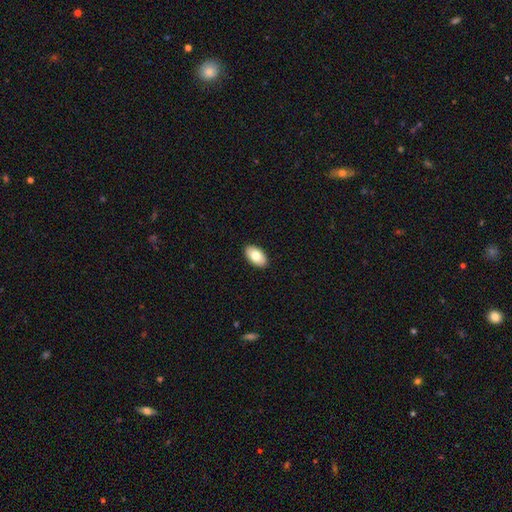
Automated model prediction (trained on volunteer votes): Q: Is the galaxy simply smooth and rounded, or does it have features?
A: smooth — 79%.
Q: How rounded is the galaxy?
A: in between — 95%.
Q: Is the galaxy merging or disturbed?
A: none — 91%.